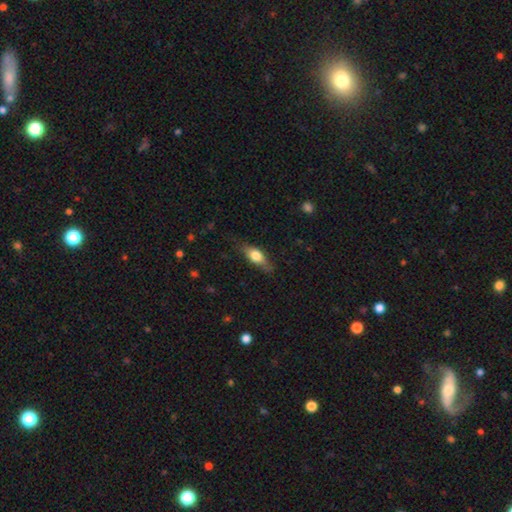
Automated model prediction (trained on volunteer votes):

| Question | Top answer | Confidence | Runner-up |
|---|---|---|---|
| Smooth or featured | smooth | 66% | featured or disk (28%) |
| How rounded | in between | 69% | cigar-shaped (26%) |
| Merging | none | 73% | minor disturbance (21%) |